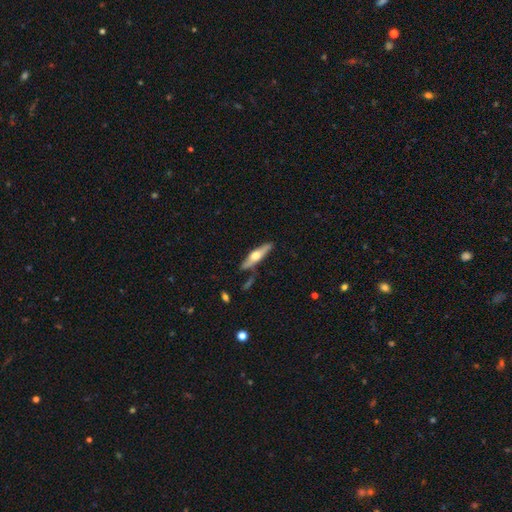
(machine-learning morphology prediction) A featured or disk galaxy (58%) viewed edge-on (91%) with a rounded central bulge (92%). Merging: none (78%).